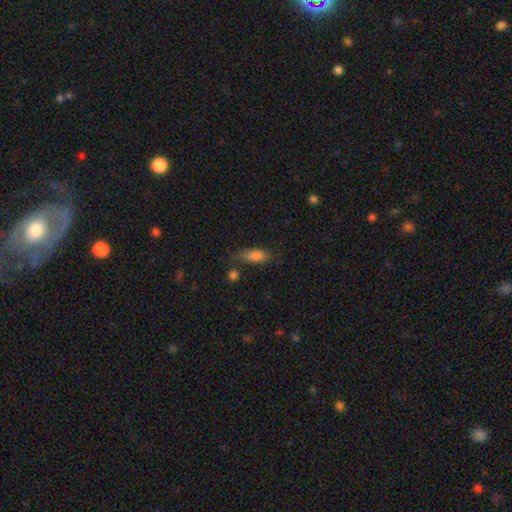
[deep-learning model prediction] smooth_or_featured: smooth (p=0.81) [alt: star or artifact p=0.10]
how_rounded: in between (p=0.72) [alt: cigar-shaped p=0.24]
merging: none (p=0.62) [alt: minor disturbance p=0.23]